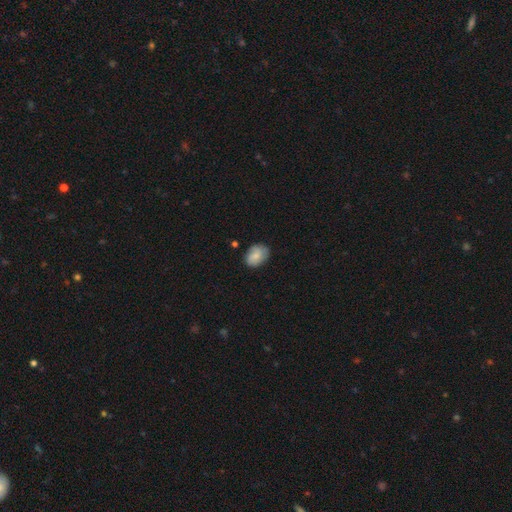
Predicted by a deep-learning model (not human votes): Smooth or featured? Predicted: smooth (p=0.73). How rounded? Predicted: in between (p=0.71). Merging? Predicted: none (p=0.69).